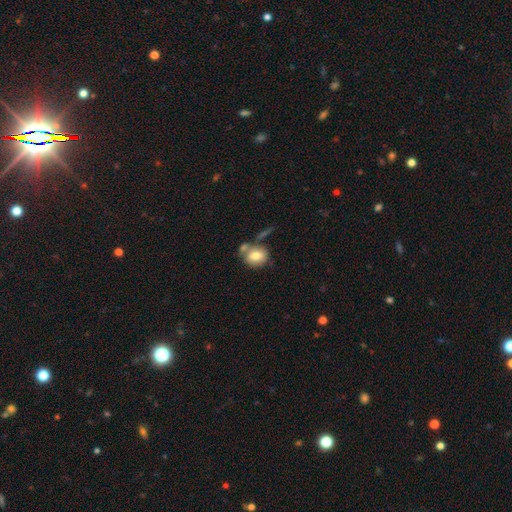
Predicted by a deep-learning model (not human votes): This appears to be a smooth galaxy with no disk features (75%) that is round (58%). Merging: none (49%).